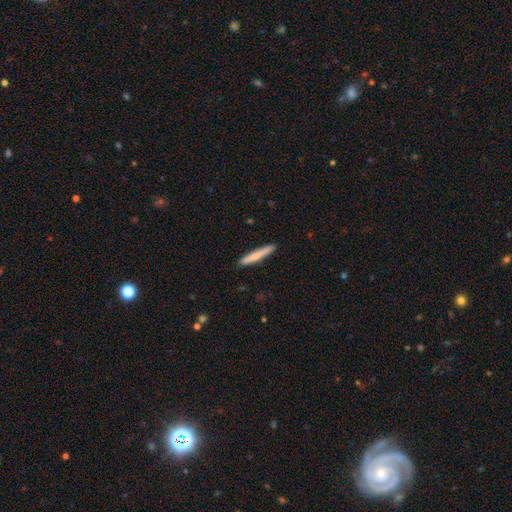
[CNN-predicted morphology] Smooth or featured? smooth (76%)
How rounded? cigar-shaped (95%)
Merging? none (91%)